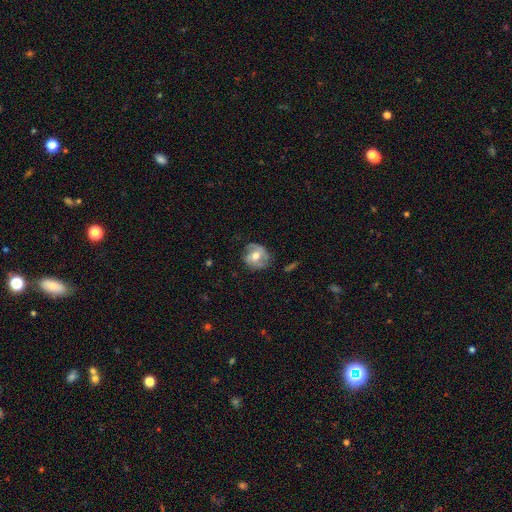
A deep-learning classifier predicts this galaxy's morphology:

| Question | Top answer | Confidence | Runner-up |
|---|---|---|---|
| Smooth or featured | featured or disk | 56% | smooth (37%) |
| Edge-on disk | no | 96% | yes (4%) |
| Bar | no | 53% | weak (36%) |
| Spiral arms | yes | 76% | no (24%) |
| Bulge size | moderate | 69% | large (17%) |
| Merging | none | 65% | minor disturbance (23%) |